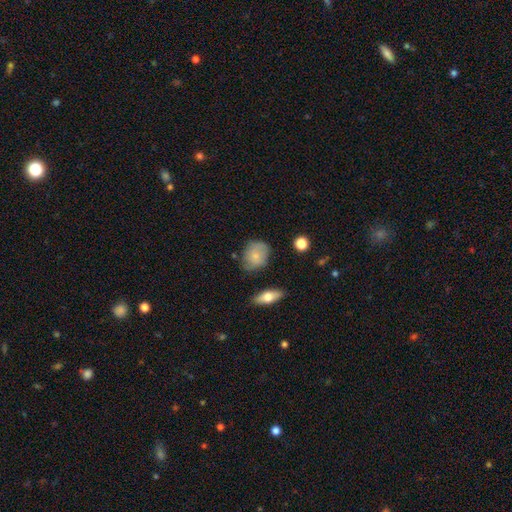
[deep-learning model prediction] Smooth or featured: smooth — 73% (featured or disk — 18%)
How rounded: round — 50% (in between — 48%)
Merging: none — 62% (minor disturbance — 28%)